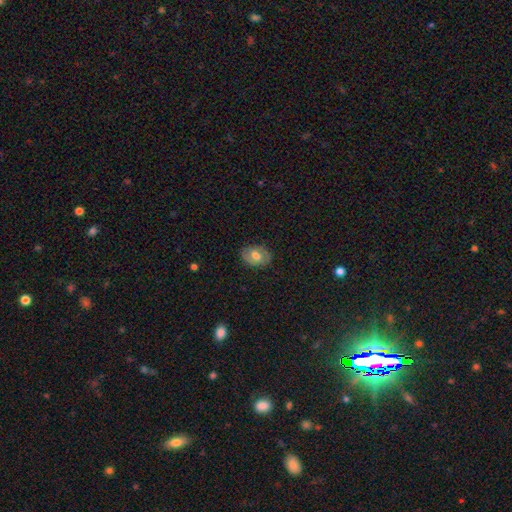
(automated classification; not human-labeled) Smooth or featured? Predicted: smooth (p=0.49). Merging? Predicted: none (p=0.81).